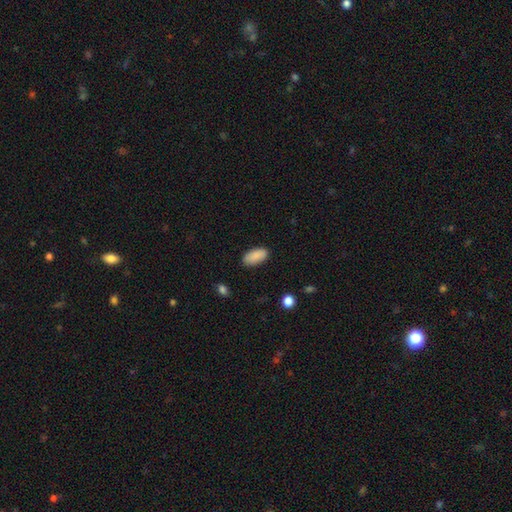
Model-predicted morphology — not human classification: Smooth or featured?
  - smooth: 89% *
  - star or artifact: 7%
  - featured or disk: 5%
How rounded?
  - in between: 92% *
  - cigar-shaped: 5%
  - round: 2%
Merging?
  - none: 86% *
  - minor disturbance: 10%
  - major disturbance: 2%
  - merger: 1%